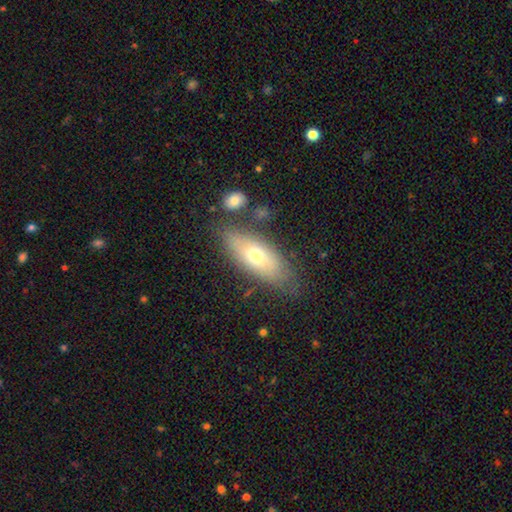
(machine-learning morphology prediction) Smooth or featured?
  - smooth: 62% *
  - featured or disk: 30%
  - star or artifact: 7%
How rounded?
  - in between: 72% *
  - cigar-shaped: 25%
  - round: 3%
Merging?
  - none: 72% *
  - minor disturbance: 17%
  - merger: 6%
  - major disturbance: 5%